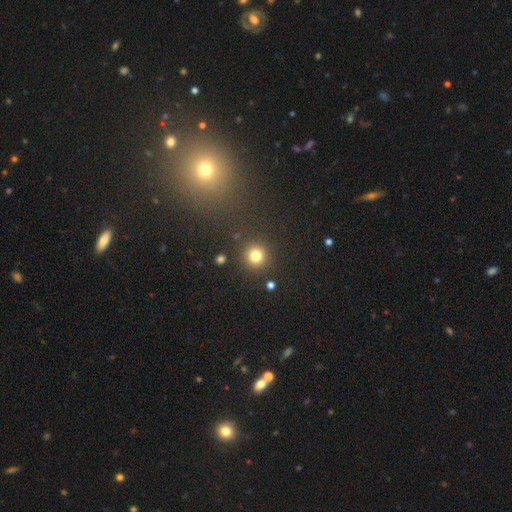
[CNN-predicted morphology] Smooth or featured?
  - smooth: 80% *
  - star or artifact: 14%
  - featured or disk: 6%
How rounded?
  - round: 93% *
  - in between: 6%
  - cigar-shaped: 1%
Merging?
  - none: 87% *
  - minor disturbance: 7%
  - merger: 3%
  - major disturbance: 3%